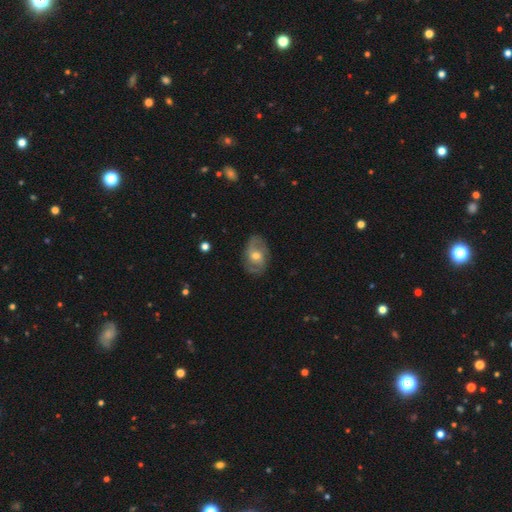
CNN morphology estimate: This appears to be a featured or disk galaxy (69%) with no bar (60%), 2 (78%) medium (46%) spiral arms (83%) and a moderate central bulge (68%). Merging: none (78%).